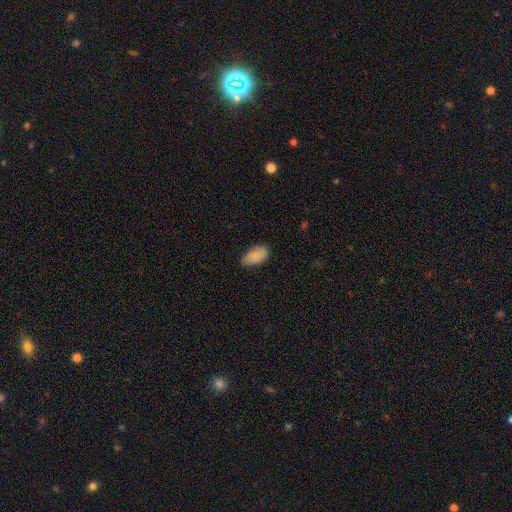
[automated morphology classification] A smooth galaxy with no disk features (86%) that is in between round and cigar-shaped (94%). Merging: none (72%).